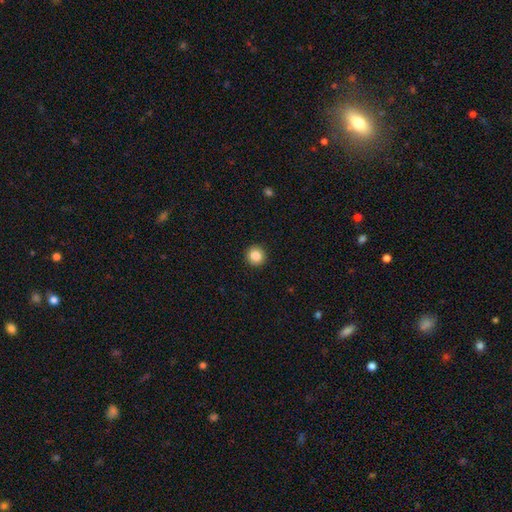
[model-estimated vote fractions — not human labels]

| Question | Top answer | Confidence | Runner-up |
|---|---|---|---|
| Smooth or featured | smooth | 85% | star or artifact (10%) |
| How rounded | round | 95% | in between (4%) |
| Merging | none | 93% | minor disturbance (4%) |